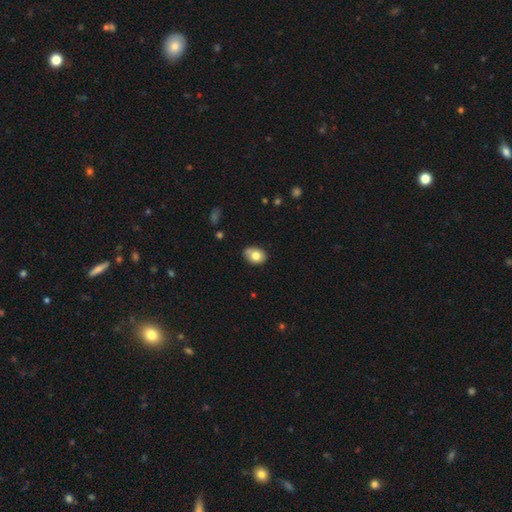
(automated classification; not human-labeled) Overall: smooth (76%). How rounded: in between (63%; round 36%). Merging: none (61%; minor disturbance 27%).